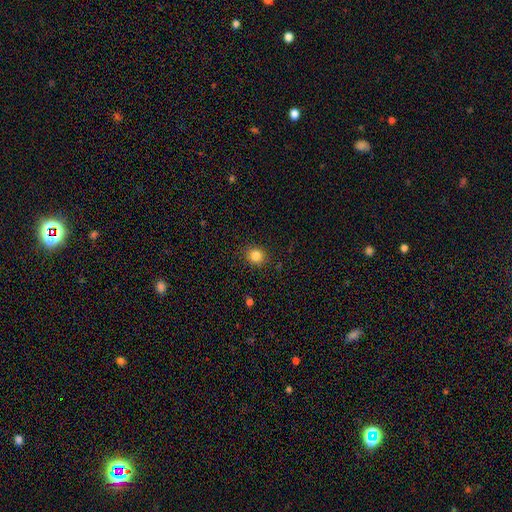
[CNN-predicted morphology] Smooth or featured: smooth — 84% (star or artifact — 12%)
How rounded: round — 82% (in between — 17%)
Merging: none — 89% (minor disturbance — 8%)